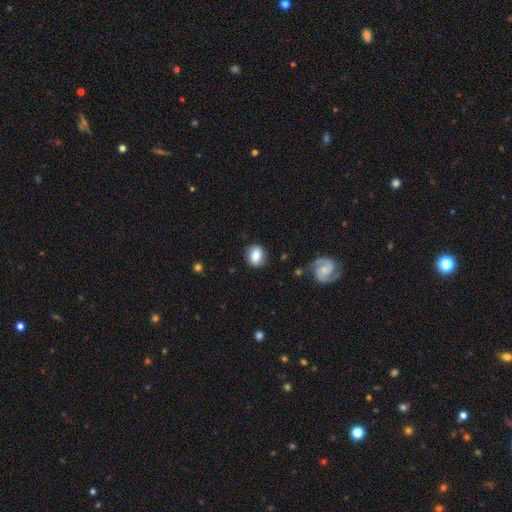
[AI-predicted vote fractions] Morphology: type=smooth (80%); roundness=round (50%); merging=none (81%).